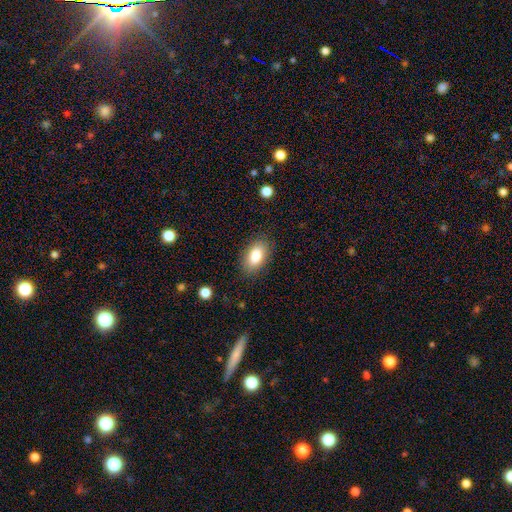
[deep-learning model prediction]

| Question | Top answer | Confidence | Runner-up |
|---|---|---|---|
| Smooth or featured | smooth | 83% | featured or disk (10%) |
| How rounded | in between | 91% | round (7%) |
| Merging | none | 84% | minor disturbance (11%) |